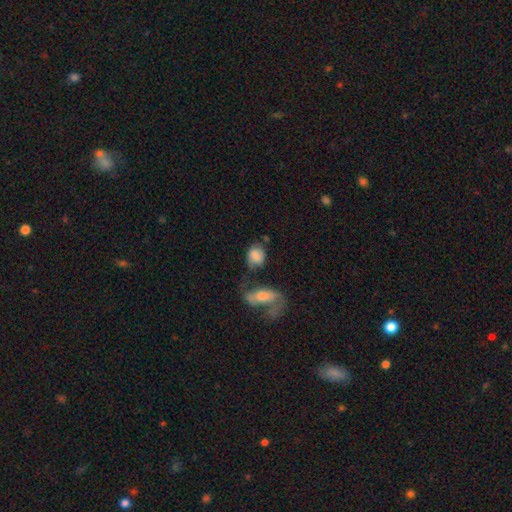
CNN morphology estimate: smooth_or_featured: smooth (p=0.72) [alt: featured or disk p=0.19]
how_rounded: in between (p=0.62) [alt: round p=0.36]
merging: none (p=0.45) [alt: minor disturbance p=0.23]